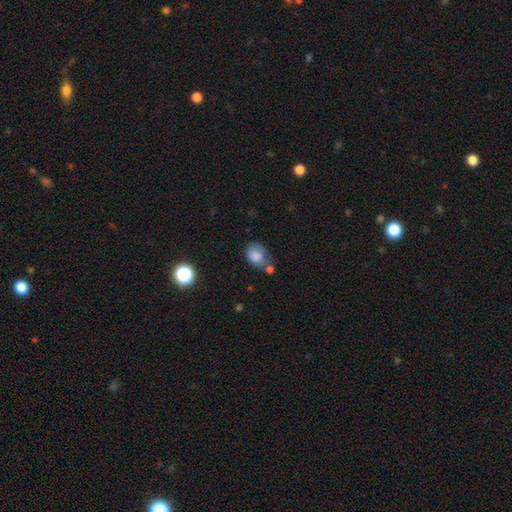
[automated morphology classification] This is clearly a smooth galaxy (83%). How rounded: possibly in between (54%). Merging: possibly none (46%).